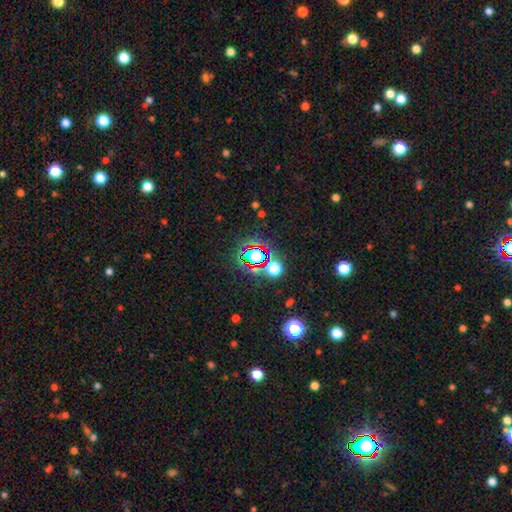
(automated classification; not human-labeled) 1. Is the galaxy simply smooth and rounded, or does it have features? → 63% star or artifact, 26% smooth, 11% featured or disk.